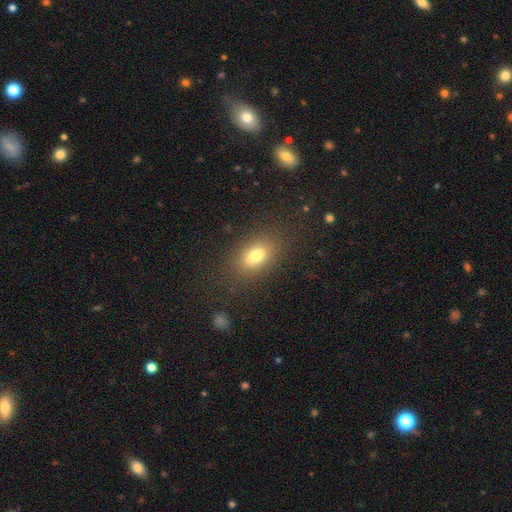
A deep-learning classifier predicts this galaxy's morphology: Smooth or featured? smooth (77%)
How rounded? in between (83%)
Merging? none (81%)